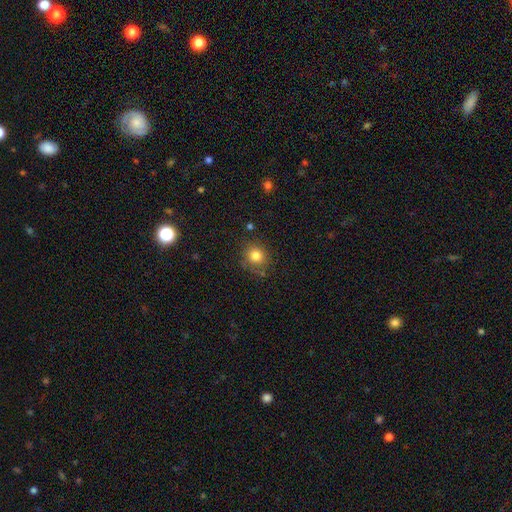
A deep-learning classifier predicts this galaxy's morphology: smooth 80%, star or artifact 12%, featured or disk 8%. Down the decision tree: how rounded — round (83%); merging — none (76%).